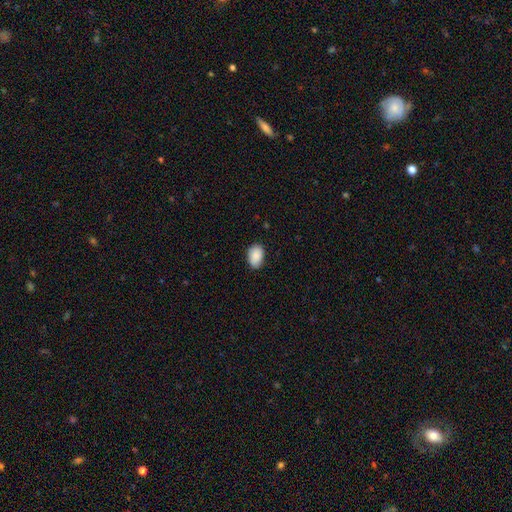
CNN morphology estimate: Smooth or featured: smooth — 89% (star or artifact — 7%)
How rounded: in between — 86% (round — 13%)
Merging: none — 83% (minor disturbance — 14%)